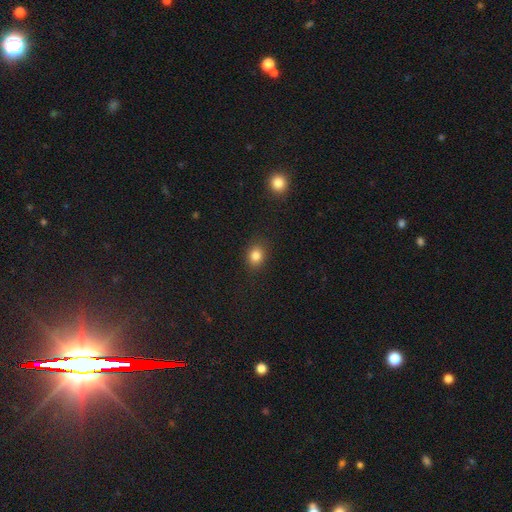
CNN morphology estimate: smooth 83%, star or artifact 11%, featured or disk 6%. Down the decision tree: how rounded — round (54%); merging — none (87%).